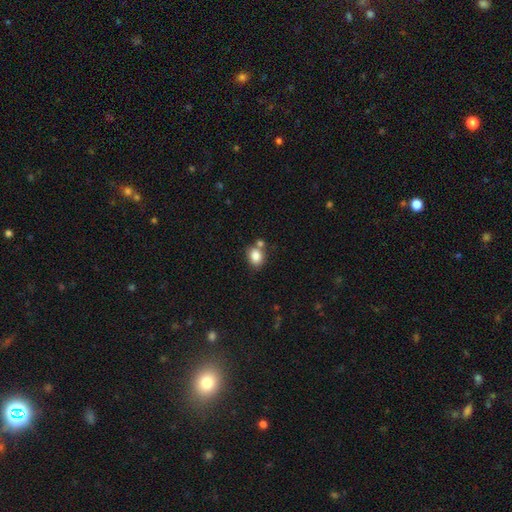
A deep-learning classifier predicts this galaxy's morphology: smooth 83%, star or artifact 10%, featured or disk 7%. Down the decision tree: how rounded — in between (52%); merging — none (60%).